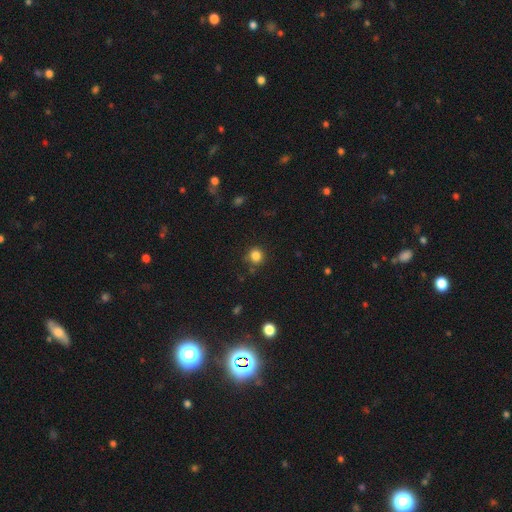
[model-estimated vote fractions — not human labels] smooth-or-featured: smooth: 83% | star or artifact: 13% | featured or disk: 4%
  how-rounded: round: 91% | in between: 8% | cigar-shaped: 1%
  merging: none: 82% | minor disturbance: 11% | merger: 3% | major disturbance: 3%